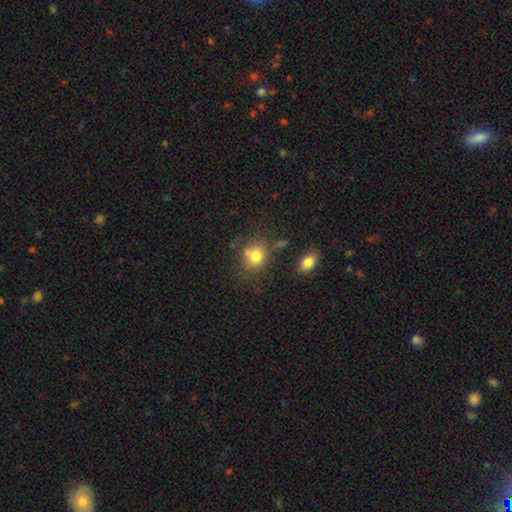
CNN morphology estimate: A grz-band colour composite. It shows a smooth galaxy with no disk features (78%) that is round (65%). Merging: none (60%).